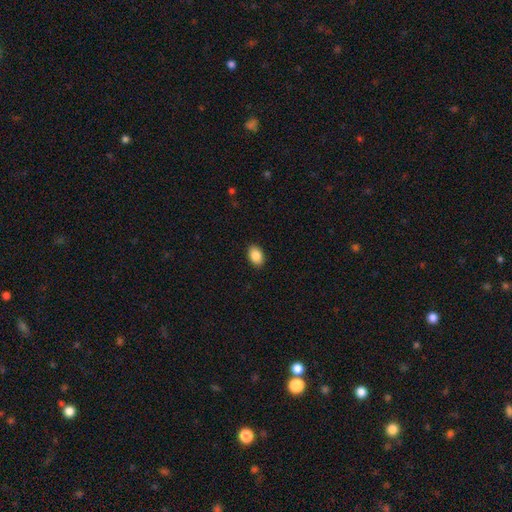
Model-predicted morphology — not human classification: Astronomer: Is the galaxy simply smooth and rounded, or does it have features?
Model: smooth — 88%.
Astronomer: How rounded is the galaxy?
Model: in between — 86%.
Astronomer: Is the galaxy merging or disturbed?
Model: none — 90%.